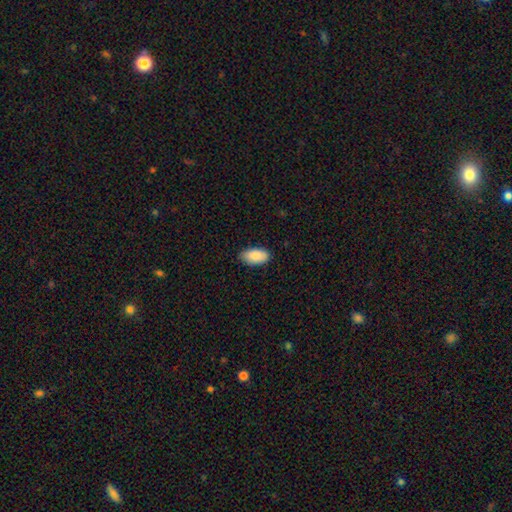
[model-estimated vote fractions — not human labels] A smooth galaxy with no disk features (89%) that is in between round and cigar-shaped (95%).

Vote fractions:
- Smooth or featured? smooth: 89% / star or artifact: 6% / featured or disk: 5%
- How rounded? in between: 95% / cigar-shaped: 3% / round: 3%
- Merging? none: 81% / minor disturbance: 16% / major disturbance: 2% / merger: 1%